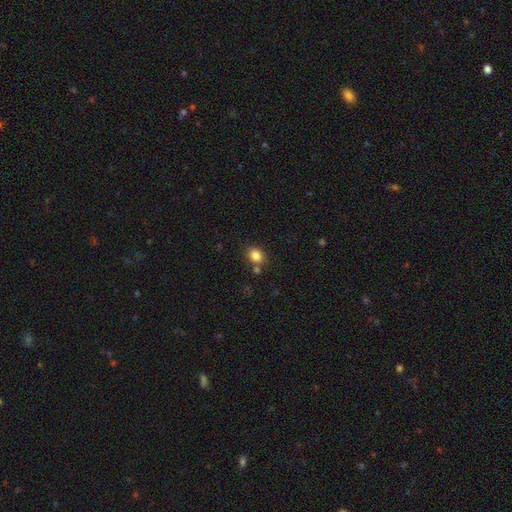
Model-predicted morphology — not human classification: This appears to be a smooth galaxy with no disk features (84%) that is in between round and cigar-shaped (50%). Merging: none (72%).